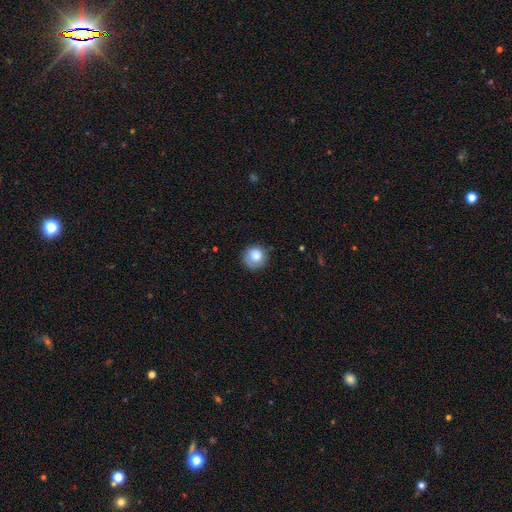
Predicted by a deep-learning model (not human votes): smooth 83%, star or artifact 9%, featured or disk 9%. Down the decision tree: how rounded — round (91%); merging — none (76%).